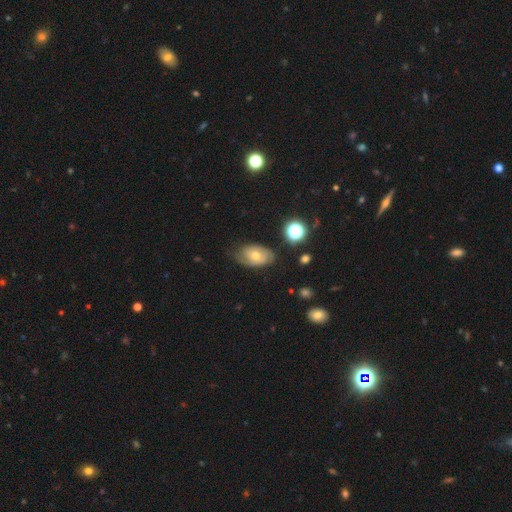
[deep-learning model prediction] smooth_or_featured: featured or disk (p=0.53) [alt: smooth p=0.37]
disk_edge_on: no (p=0.94) [alt: yes p=0.06]
merging: none (p=0.65) [alt: minor disturbance p=0.26]